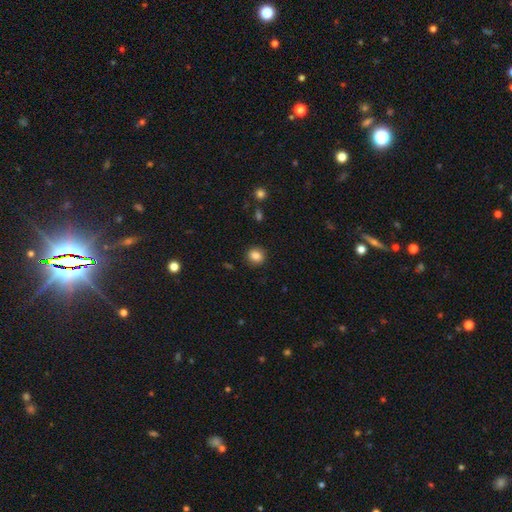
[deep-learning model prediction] smooth-or-featured: smooth: 85% | star or artifact: 10% | featured or disk: 5%
  how-rounded: round: 84% | in between: 15% | cigar-shaped: 1%
  merging: none: 91% | minor disturbance: 6% | major disturbance: 2% | merger: 1%